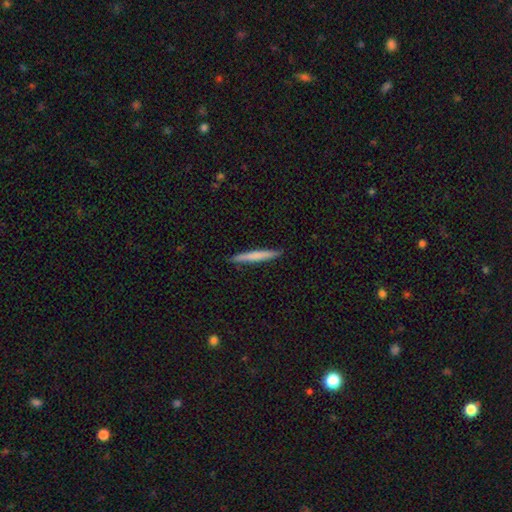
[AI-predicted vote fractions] This is likely a smooth galaxy (67%). How rounded: clearly cigar-shaped (96%). Merging: clearly none (91%).